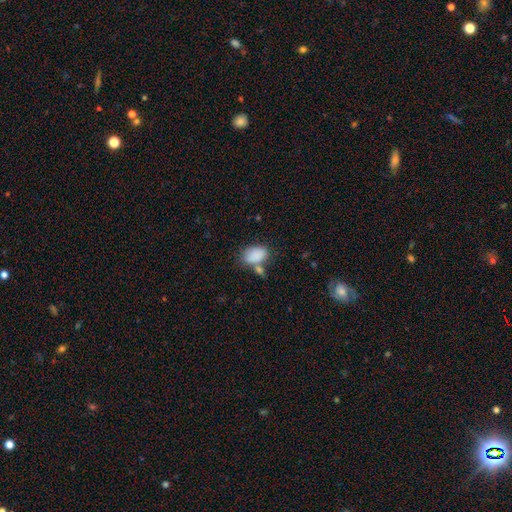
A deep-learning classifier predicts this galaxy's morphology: Overall: smooth (84%). How rounded: in between (89%). Merging: none (46%; merger 26%).